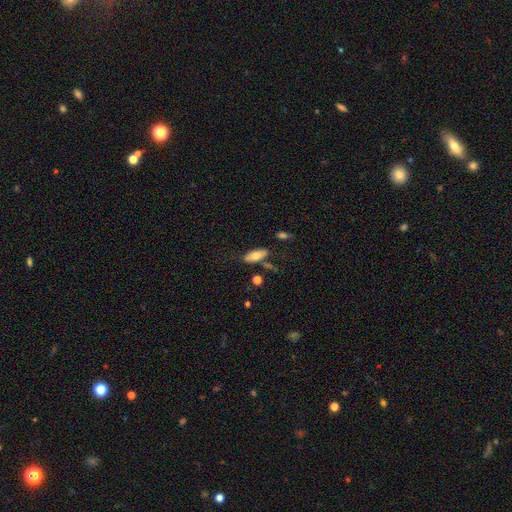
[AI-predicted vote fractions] Smooth or featured? Predicted: smooth (p=0.72). How rounded? Predicted: in between (p=0.83). Merging? Predicted: none (p=0.68).